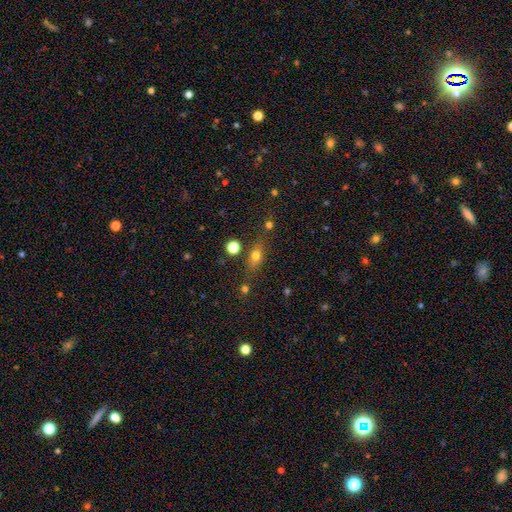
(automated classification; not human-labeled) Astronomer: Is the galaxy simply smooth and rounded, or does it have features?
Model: smooth — 69%.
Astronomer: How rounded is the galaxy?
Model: in between — 61%.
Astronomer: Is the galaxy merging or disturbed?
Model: none — 69%.